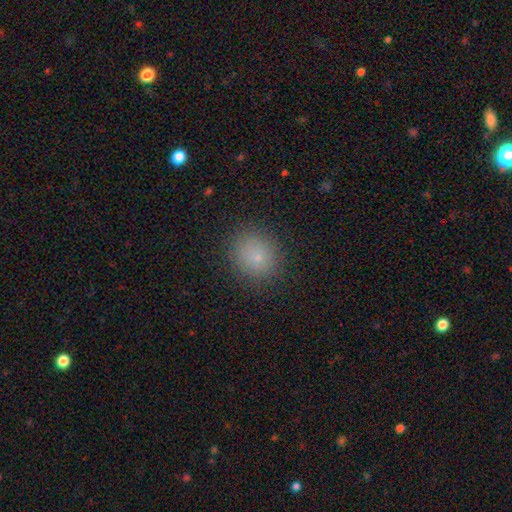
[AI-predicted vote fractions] The model was most divided on "how rounded": round: 80%, in between: 20%, cigar-shaped: 1%. More confident: merging — none (87%); smooth or featured — smooth (78%).